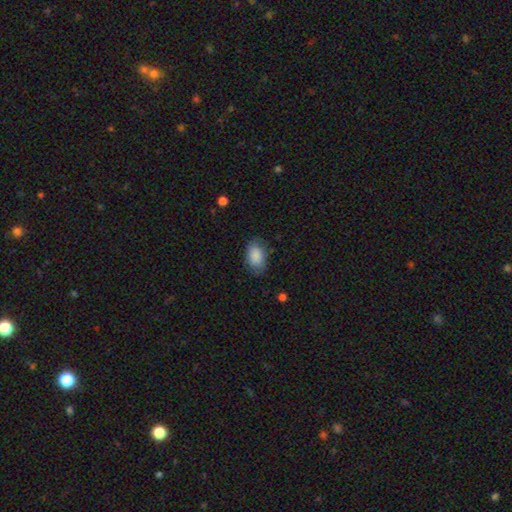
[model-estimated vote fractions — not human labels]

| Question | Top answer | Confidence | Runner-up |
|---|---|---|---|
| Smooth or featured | smooth | 87% | star or artifact (7%) |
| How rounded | in between | 91% | round (8%) |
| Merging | none | 75% | minor disturbance (18%) |